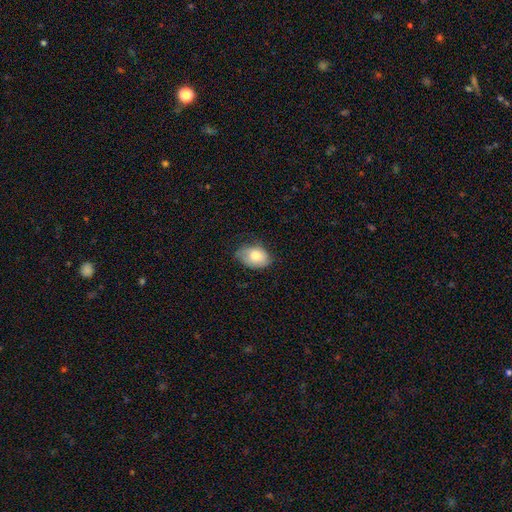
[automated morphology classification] type=smooth (75%); roundness=in between (83%); merging=none (55%).